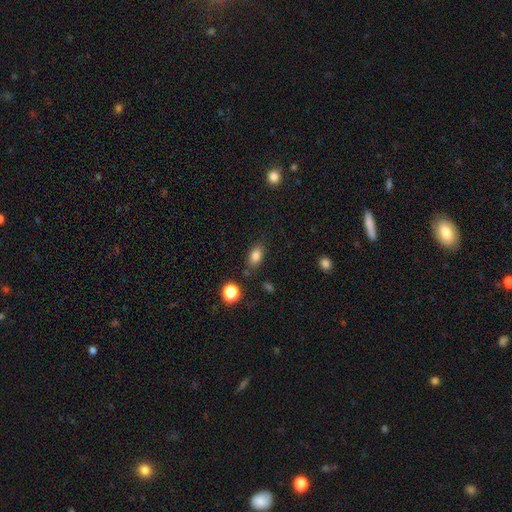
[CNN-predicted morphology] Q: Smooth or featured?
A: smooth (82%); runner-up: star or artifact (11%)
Q: How rounded?
A: in between (82%); runner-up: round (15%)
Q: Merging?
A: none (80%); runner-up: minor disturbance (13%)